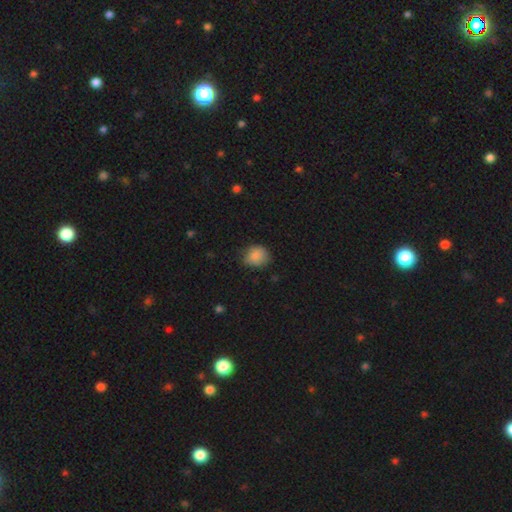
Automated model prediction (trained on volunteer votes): A smooth galaxy with no disk features (86%) that is round (70%). Merging: none (70%).